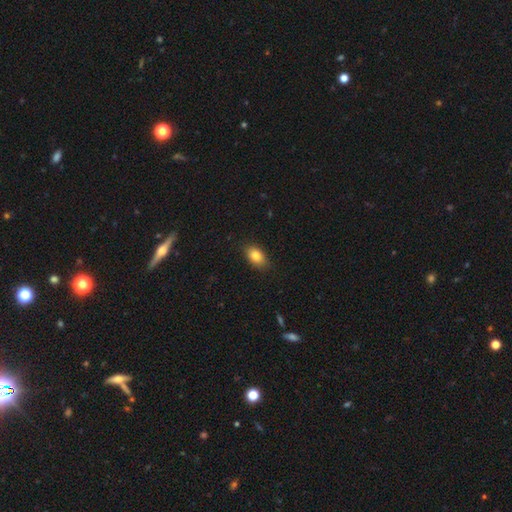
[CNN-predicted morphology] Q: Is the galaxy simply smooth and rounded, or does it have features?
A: smooth — 83%.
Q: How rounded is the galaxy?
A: in between — 86%.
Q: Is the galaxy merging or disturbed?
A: none — 84%.